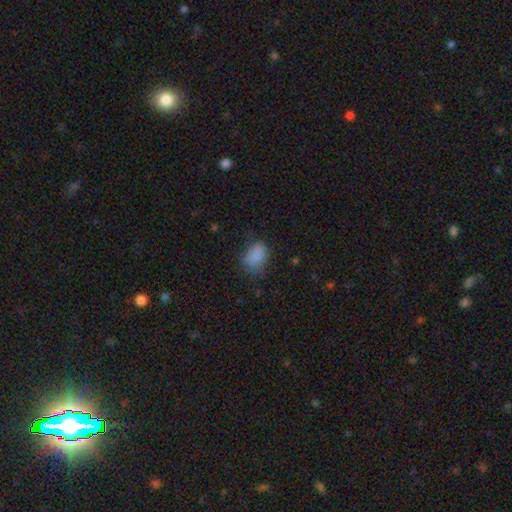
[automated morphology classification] Smooth or featured: smooth — 82% (star or artifact — 11%)
How rounded: in between — 81% (round — 18%)
Merging: none — 57% (minor disturbance — 29%)